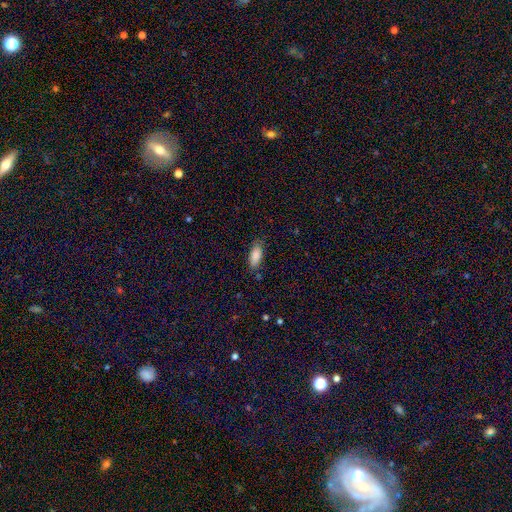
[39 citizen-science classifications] This appears to be a smooth galaxy with no disk features (90%) that is in between round and cigar-shaped (80%). Merging: none (81%).